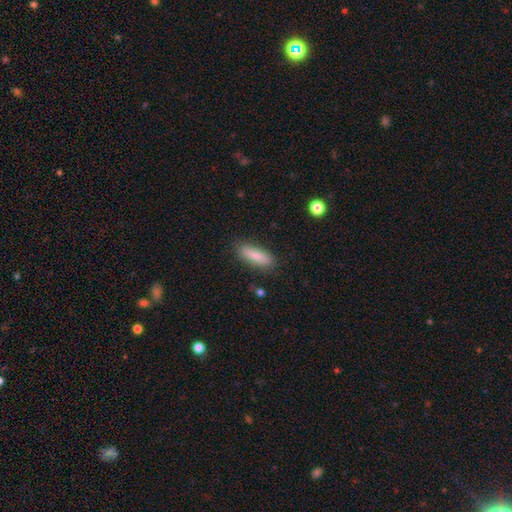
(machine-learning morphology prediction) type=smooth (80%); roundness=in between (54%); merging=none (84%).